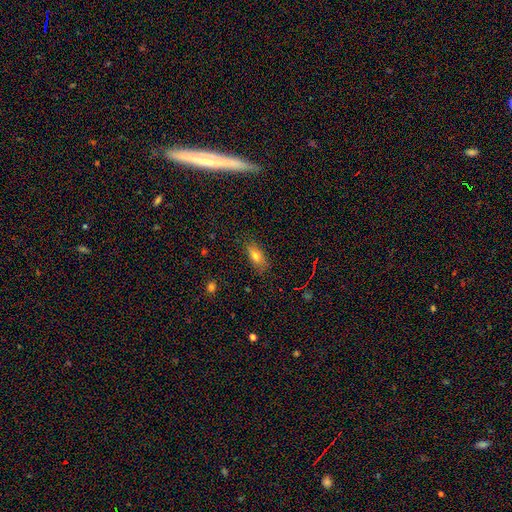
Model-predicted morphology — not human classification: Smooth or featured? smooth (75%)
How rounded? in between (81%)
Merging? none (81%)